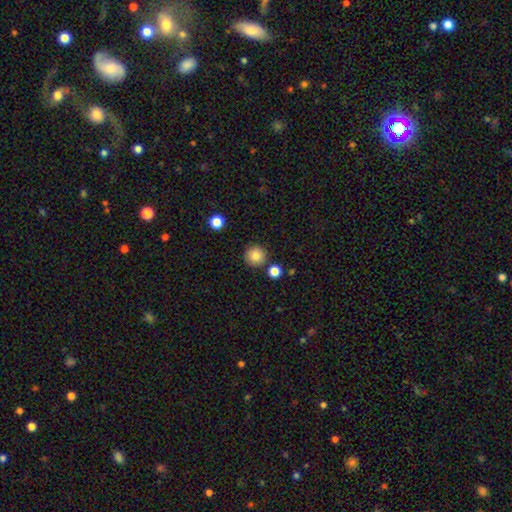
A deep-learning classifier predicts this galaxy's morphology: Smooth or featured? Predicted: smooth (p=0.85). How rounded? Predicted: round (p=0.95). Merging? Predicted: none (p=0.86).